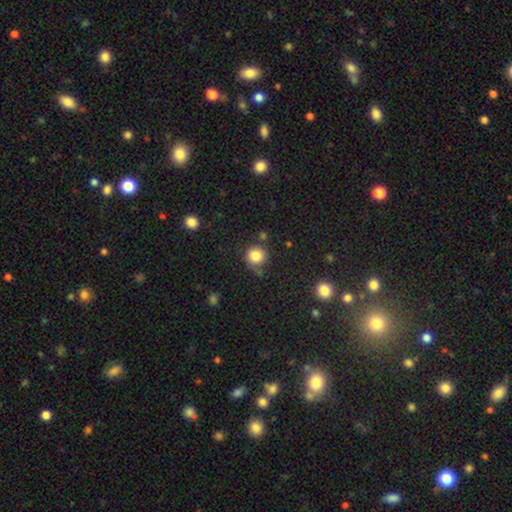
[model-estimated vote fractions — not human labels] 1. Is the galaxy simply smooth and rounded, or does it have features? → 84% smooth, 11% star or artifact, 5% featured or disk.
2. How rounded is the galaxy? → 91% round, 8% in between, 1% cigar-shaped.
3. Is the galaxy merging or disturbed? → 74% none, 15% minor disturbance, 7% merger, 5% major disturbance.